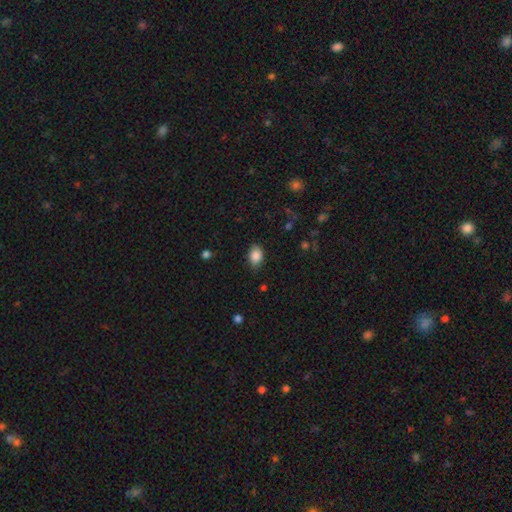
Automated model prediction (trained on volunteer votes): Overall: smooth (87%). How rounded: in between (79%). Merging: none (79%).